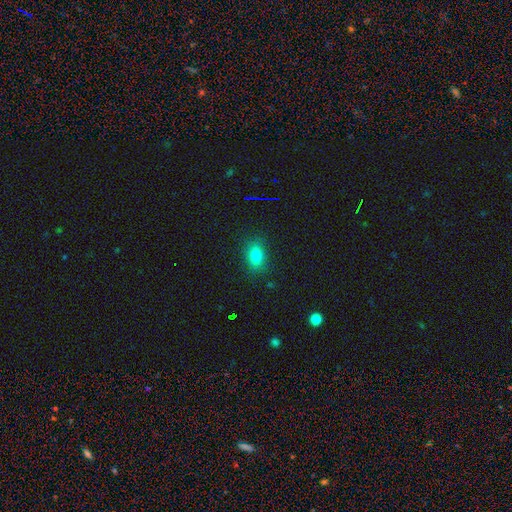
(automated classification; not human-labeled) Smooth or featured?
  - smooth: 79% *
  - star or artifact: 13%
  - featured or disk: 8%
How rounded?
  - in between: 81% *
  - round: 13%
  - cigar-shaped: 6%
Merging?
  - none: 85% *
  - minor disturbance: 10%
  - major disturbance: 3%
  - merger: 1%